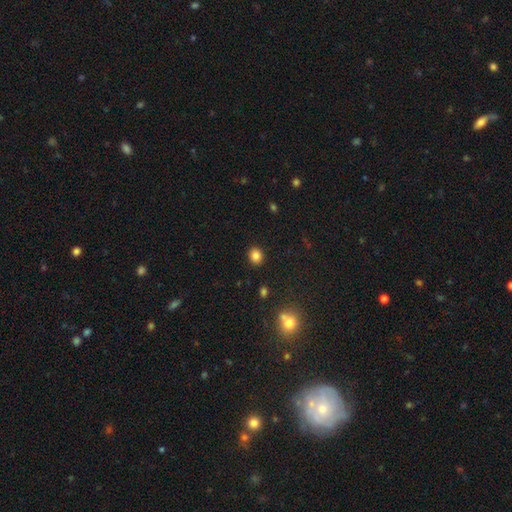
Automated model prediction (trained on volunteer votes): This is clearly a smooth galaxy (84%). How rounded: likely round (64%). Merging: clearly none (90%).